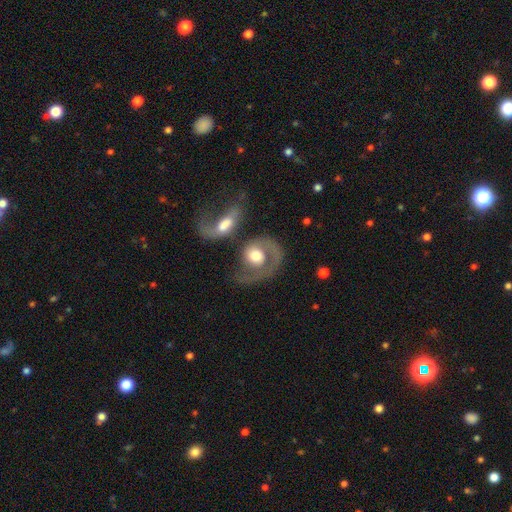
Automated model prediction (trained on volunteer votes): smooth_or_featured: featured or disk (p=0.68) [alt: smooth p=0.27]
disk_edge_on: no (p=0.96) [alt: yes p=0.04]
bar: no (p=0.79) [alt: weak p=0.17]
has_spiral_arms: yes (p=0.77) [alt: no p=0.23]
spiral_winding: tight (p=0.38) [alt: medium p=0.34]
spiral_arm_count: 1 (p=0.69) [alt: 2 p=0.20]
bulge_size: moderate (p=0.51) [alt: large p=0.38]
merging: none (p=0.31) [alt: merger p=0.29]